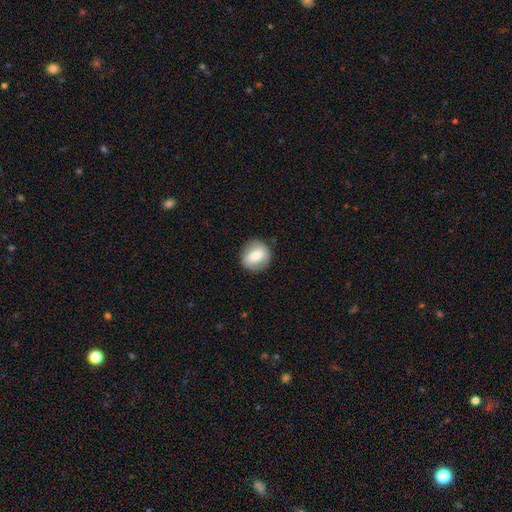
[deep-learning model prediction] This is likely a smooth galaxy (70%). How rounded: likely round (74%). Merging: clearly none (84%).